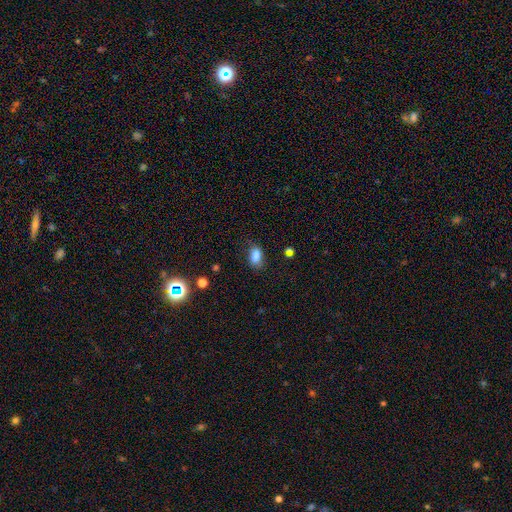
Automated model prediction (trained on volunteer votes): Smooth or featured? smooth (85%)
How rounded? in between (86%)
Merging? none (74%)